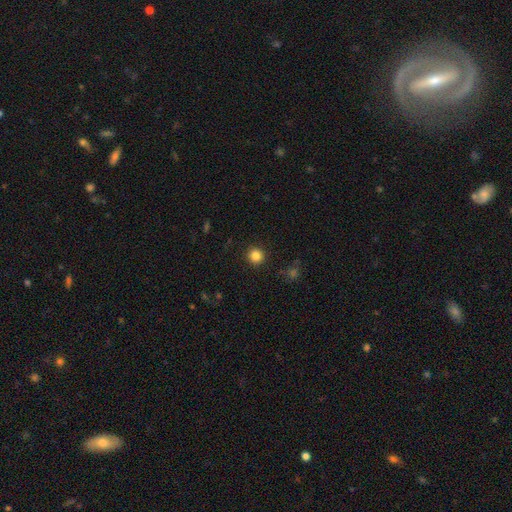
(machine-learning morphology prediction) Smooth or featured? smooth (84%)
How rounded? round (95%)
Merging? none (92%)